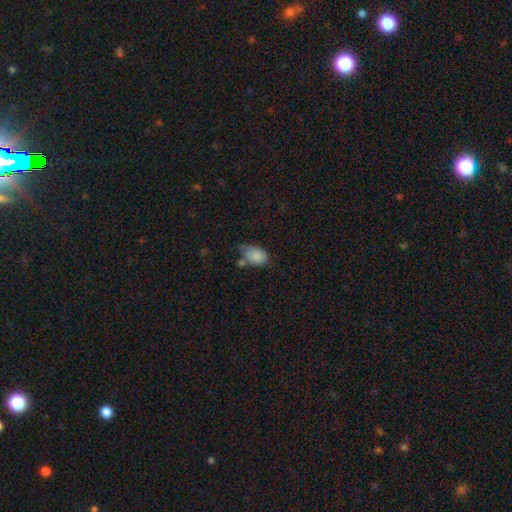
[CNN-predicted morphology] Smooth or featured?
  - smooth: 84% *
  - star or artifact: 8%
  - featured or disk: 8%
How rounded?
  - in between: 87% *
  - round: 12%
  - cigar-shaped: 1%
Merging?
  - none: 41% *
  - minor disturbance: 33%
  - merger: 16%
  - major disturbance: 11%